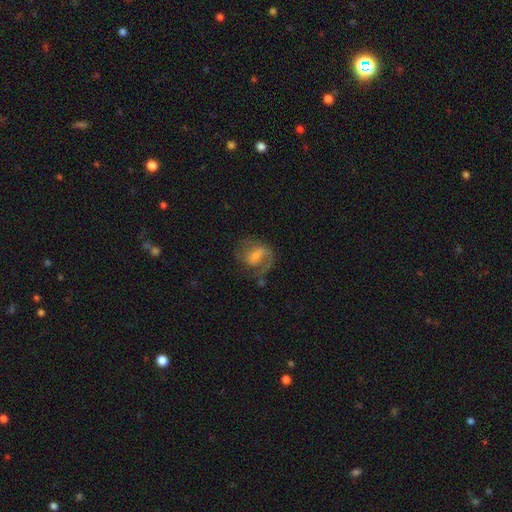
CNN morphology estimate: smooth_or_featured: featured or disk (p=0.70) [alt: smooth p=0.23]
disk_edge_on: no (p=0.97) [alt: yes p=0.03]
bar: weak (p=0.50) [alt: no p=0.32]
has_spiral_arms: yes (p=0.88) [alt: no p=0.12]
spiral_winding: medium (p=0.48) [alt: loose p=0.30]
spiral_arm_count: 2 (p=0.48) [alt: 1 p=0.41]
bulge_size: moderate (p=0.41) [alt: small p=0.40]
merging: none (p=0.50) [alt: major disturbance p=0.26]